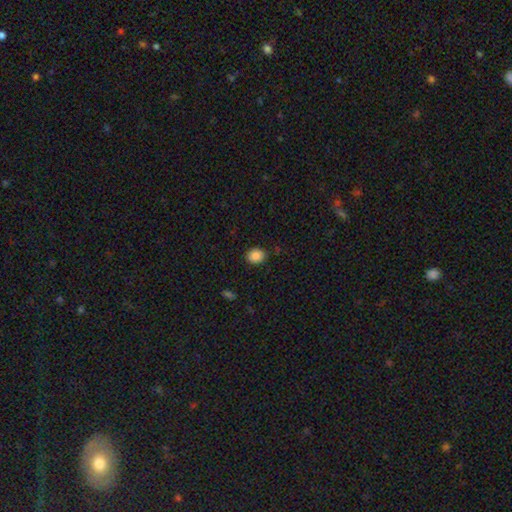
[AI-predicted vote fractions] Smooth or featured?
  - smooth: 87% *
  - star or artifact: 9%
  - featured or disk: 4%
How rounded?
  - round: 59% *
  - in between: 40%
  - cigar-shaped: 1%
Merging?
  - none: 87% *
  - minor disturbance: 10%
  - major disturbance: 2%
  - merger: 1%